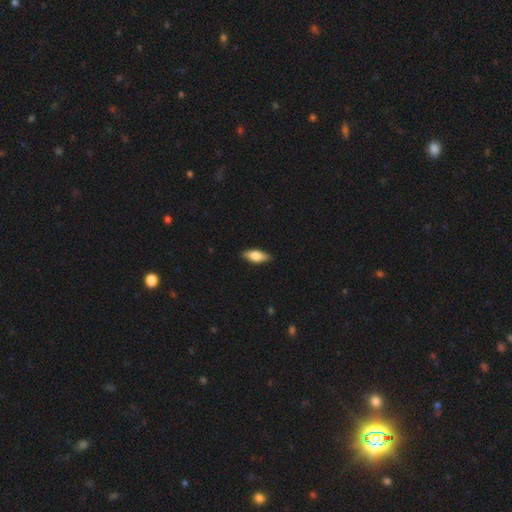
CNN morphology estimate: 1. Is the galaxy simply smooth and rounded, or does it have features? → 66% smooth, 28% featured or disk, 6% star or artifact.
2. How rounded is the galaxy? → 73% in between, 24% cigar-shaped, 3% round.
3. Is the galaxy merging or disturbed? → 88% none, 9% minor disturbance, 2% major disturbance, 1% merger.